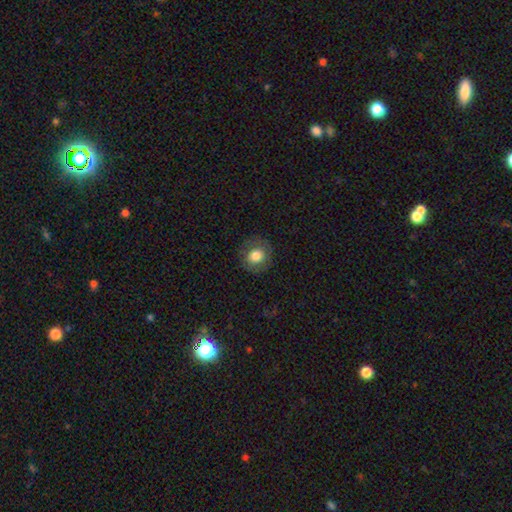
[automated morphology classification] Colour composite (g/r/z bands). It shows a smooth galaxy with no disk features (74%) that is round (87%). Merging: none (85%).